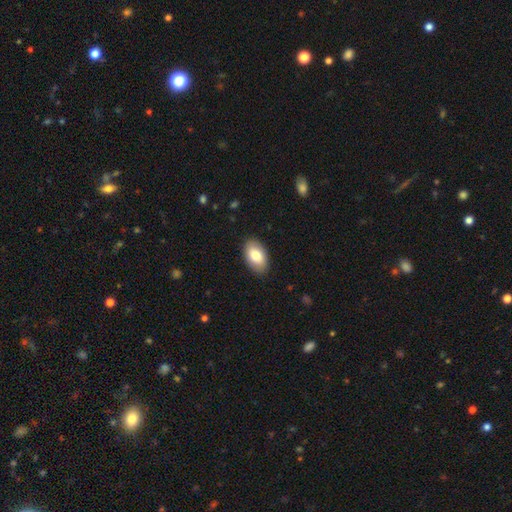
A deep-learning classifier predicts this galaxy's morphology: type=smooth (81%); roundness=in between (94%); merging=none (88%).